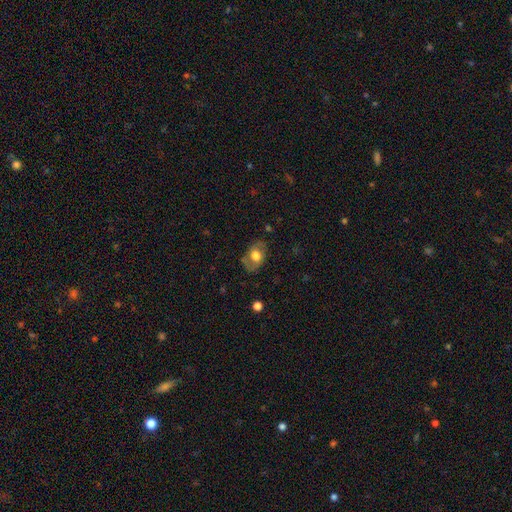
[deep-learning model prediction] Q: Smooth or featured?
A: smooth (49%); runner-up: featured or disk (43%)
Q: Merging?
A: none (71%); runner-up: minor disturbance (19%)